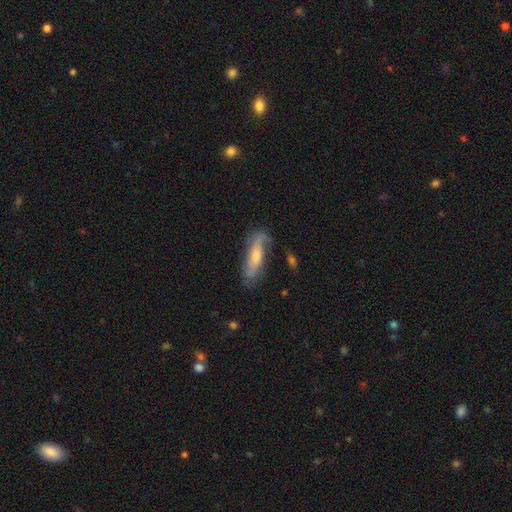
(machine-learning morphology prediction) Smooth or featured: featured or disk — 59% (smooth — 34%)
Edge-on disk: no — 74% (yes — 26%)
Merging: none — 62% (minor disturbance — 23%)